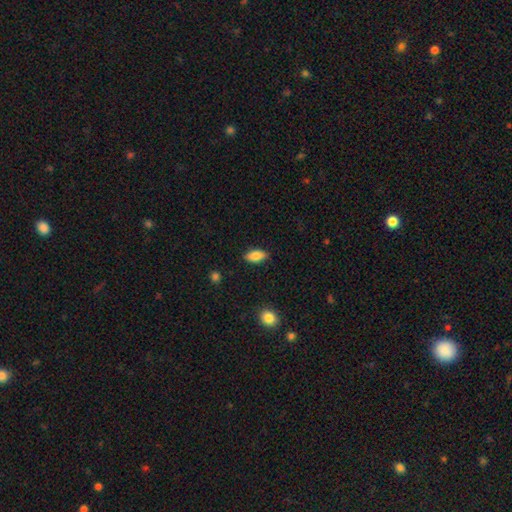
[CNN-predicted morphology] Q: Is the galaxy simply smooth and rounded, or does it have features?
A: smooth — 83%.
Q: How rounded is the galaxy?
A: in between — 90%.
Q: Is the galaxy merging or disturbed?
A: none — 87%.